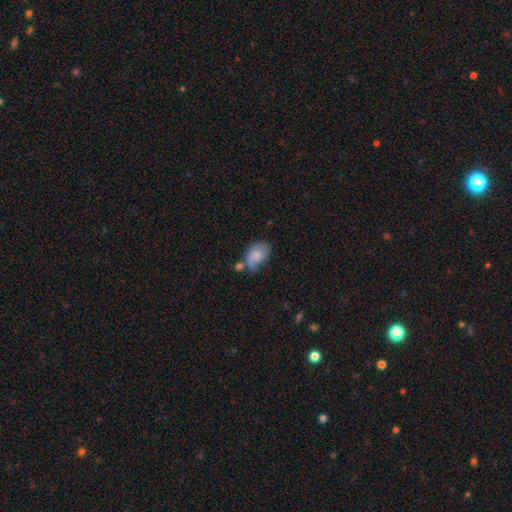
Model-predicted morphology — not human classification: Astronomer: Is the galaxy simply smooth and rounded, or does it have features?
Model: smooth — 74%.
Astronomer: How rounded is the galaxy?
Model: in between — 82%.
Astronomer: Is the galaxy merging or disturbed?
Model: none — 36% (runner-up: minor disturbance, 30%).